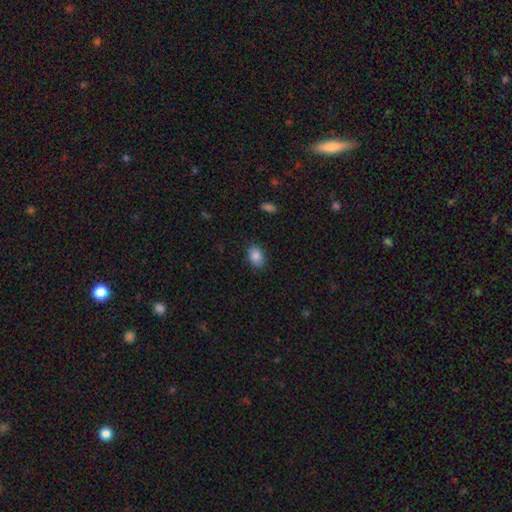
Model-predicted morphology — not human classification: type=smooth (86%); roundness=in between (79%); merging=none (82%).